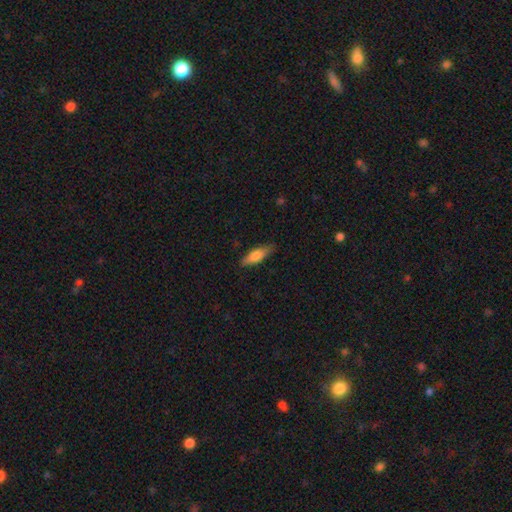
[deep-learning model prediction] This is likely a smooth galaxy (70%). How rounded: possibly cigar-shaped (52%). Merging: clearly none (84%).